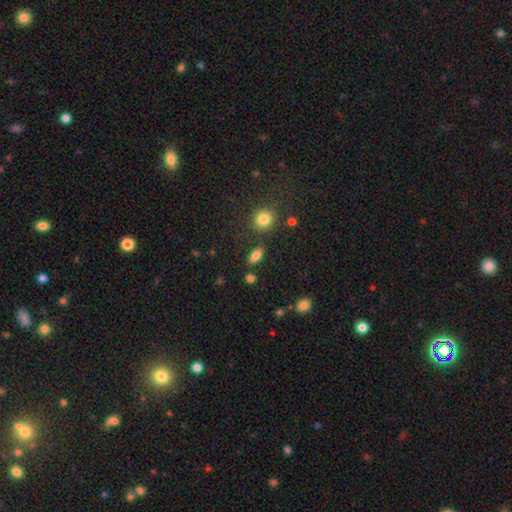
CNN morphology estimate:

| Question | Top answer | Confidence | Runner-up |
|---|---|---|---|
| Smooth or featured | smooth | 79% | featured or disk (11%) |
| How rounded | in between | 78% | cigar-shaped (14%) |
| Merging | none | 81% | minor disturbance (11%) |